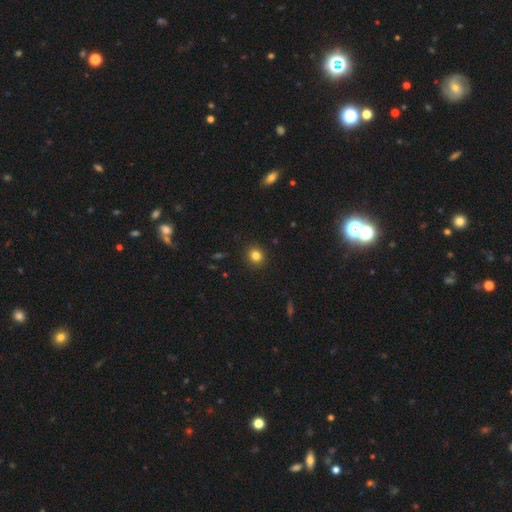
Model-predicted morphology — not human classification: smooth_or_featured: smooth (p=0.83) [alt: star or artifact p=0.12]
how_rounded: round (p=0.85) [alt: in between p=0.14]
merging: none (p=0.91) [alt: minor disturbance p=0.06]